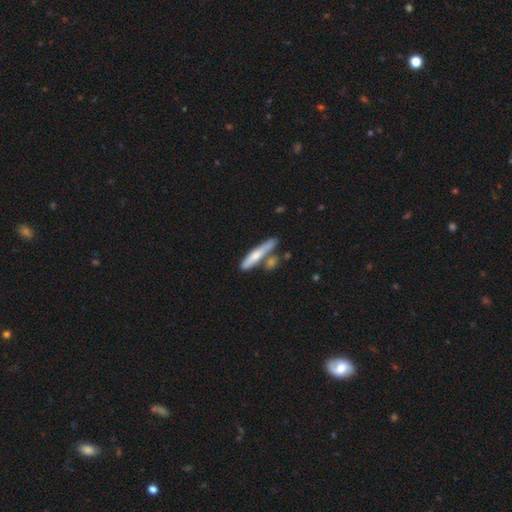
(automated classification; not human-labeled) smooth-or-featured: smooth: 63% | featured or disk: 31% | star or artifact: 6%
  how-rounded: cigar-shaped: 87% | in between: 11% | round: 2%
  merging: none: 62% | merger: 19% | minor disturbance: 15% | major disturbance: 4%